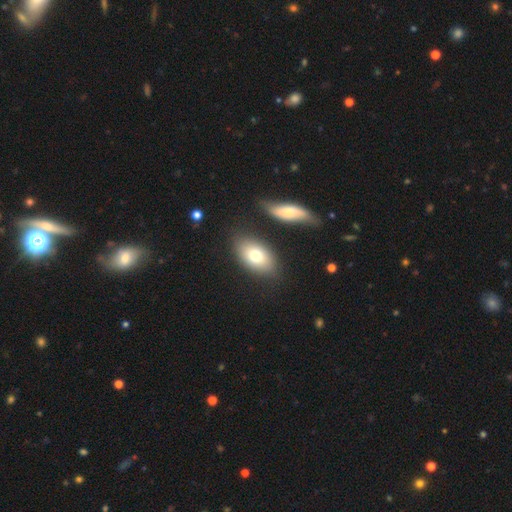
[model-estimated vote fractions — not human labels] smooth 76%, featured or disk 17%, star or artifact 7%. Down the decision tree: how rounded — in between (88%); merging — none (78%).